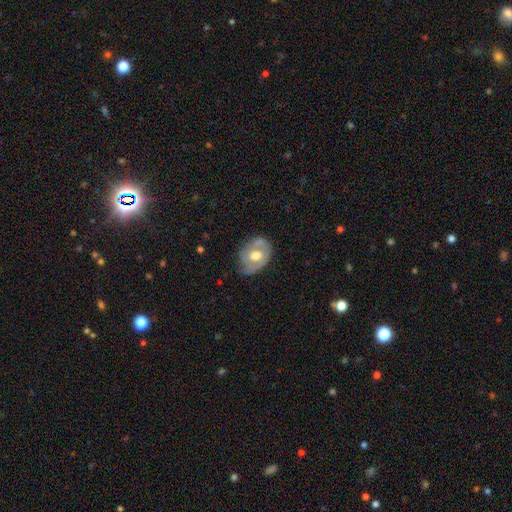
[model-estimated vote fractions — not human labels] This appears to be a featured or disk galaxy (57%) with no bar (69%), spiral arms (51%) and a moderate central bulge (67%). Merging: none (59%).